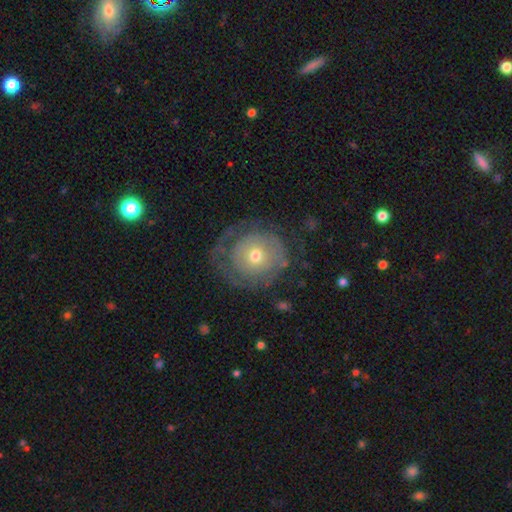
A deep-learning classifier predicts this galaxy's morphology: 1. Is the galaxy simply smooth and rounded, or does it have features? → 58% featured or disk, 34% smooth, 8% star or artifact.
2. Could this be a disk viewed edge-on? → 96% no, 4% yes.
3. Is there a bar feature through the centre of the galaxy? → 85% no, 12% weak, 3% strong.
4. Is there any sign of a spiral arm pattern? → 61% yes, 39% no.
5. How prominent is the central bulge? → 48% moderate, 47% small, 3% large, 1% dominant, 1% none.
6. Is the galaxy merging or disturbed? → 60% none, 20% minor disturbance, 18% major disturbance, 2% merger.